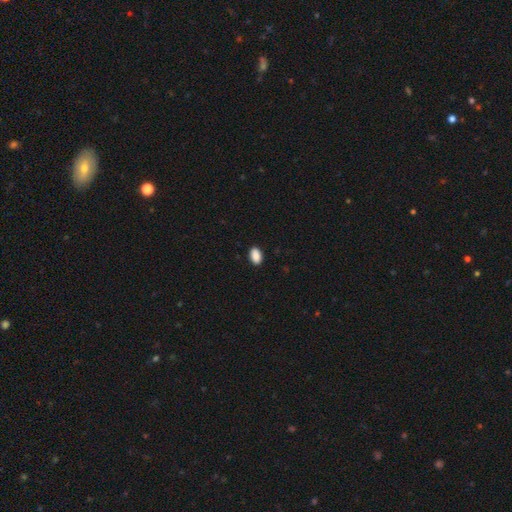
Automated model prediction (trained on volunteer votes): This appears to be a smooth galaxy with no disk features (90%) that is in between round and cigar-shaped (92%). Merging: none (90%).